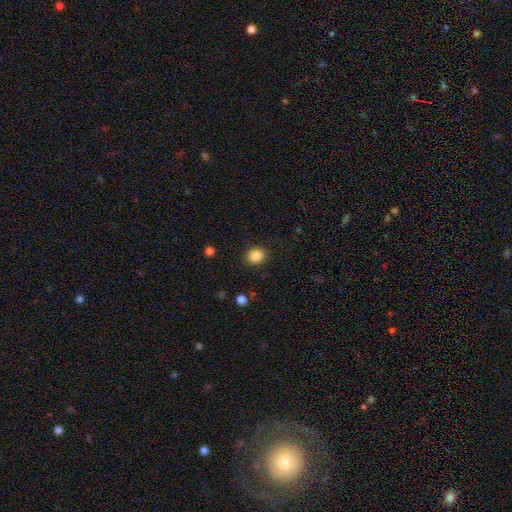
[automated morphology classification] The model was most divided on "how rounded": round: 70%, in between: 29%, cigar-shaped: 1%. More confident: merging — none (89%); smooth or featured — smooth (86%).